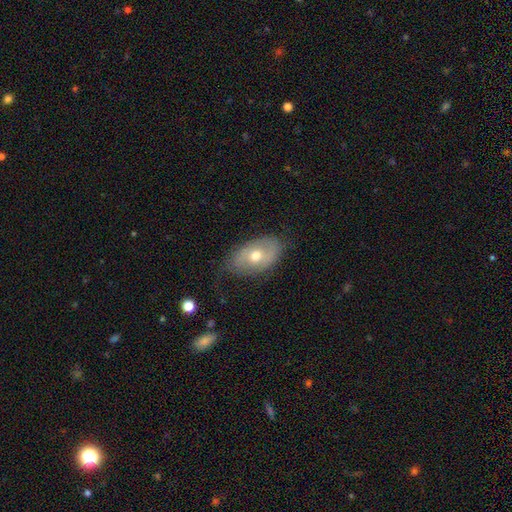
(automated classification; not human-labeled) A smooth galaxy with no disk features (54%) that is in between round and cigar-shaped (90%).

Vote fractions:
- Smooth or featured? smooth: 54% / featured or disk: 39% / star or artifact: 8%
- How rounded? in between: 90% / round: 9% / cigar-shaped: 2%
- Merging? none: 71% / minor disturbance: 22% / major disturbance: 6% / merger: 1%